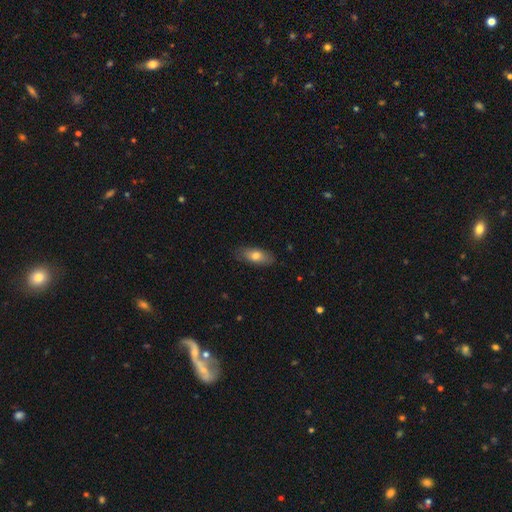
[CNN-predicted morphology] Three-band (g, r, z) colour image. It shows a smooth galaxy with no disk features (74%) that is in between round and cigar-shaped (80%). Merging: none (82%).